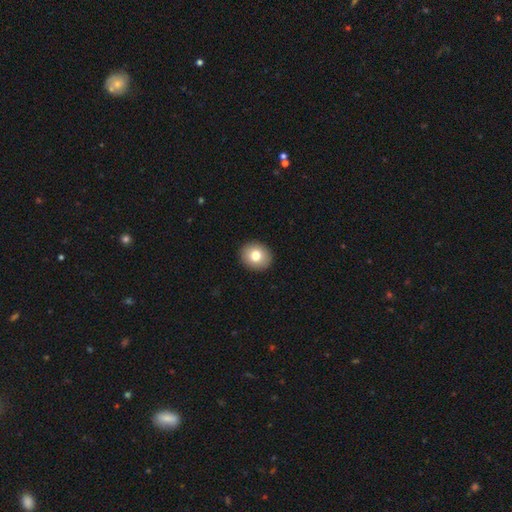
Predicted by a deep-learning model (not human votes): This appears to be a smooth galaxy with no disk features (78%) that is round (78%). Merging: none (92%).